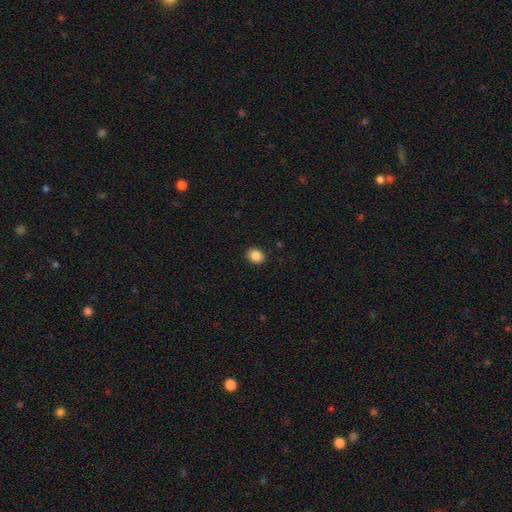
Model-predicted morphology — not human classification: Smooth or featured? smooth (88%)
How rounded? in between (58%)
Merging? none (90%)